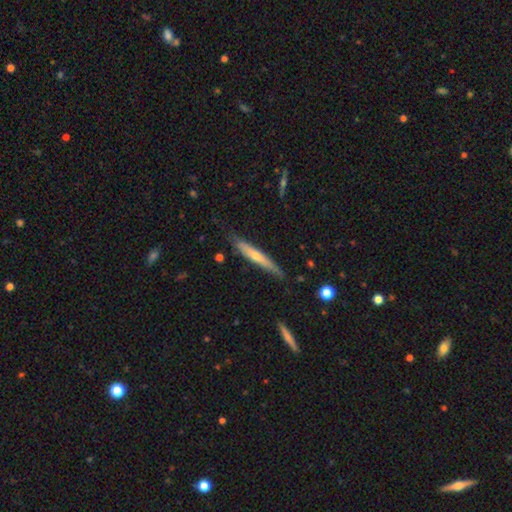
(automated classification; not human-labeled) smooth-or-featured: featured or disk: 48% | smooth: 46% | star or artifact: 6%
  merging: none: 76% | minor disturbance: 20% | major disturbance: 3% | merger: 2%